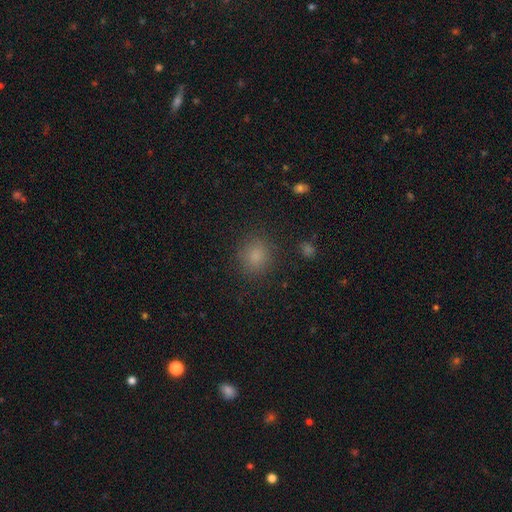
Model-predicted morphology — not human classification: Smooth or featured? Predicted: smooth (p=0.81). How rounded? Predicted: round (p=0.84). Merging? Predicted: none (p=0.86).